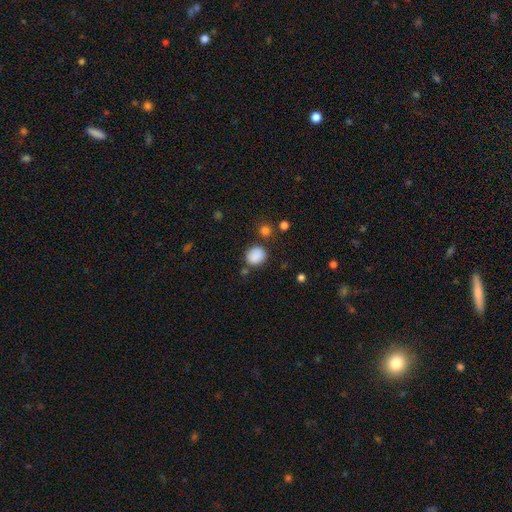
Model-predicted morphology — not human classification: Smooth or featured: smooth — 87% (star or artifact — 9%)
How rounded: round — 65% (in between — 34%)
Merging: none — 76% (minor disturbance — 14%)